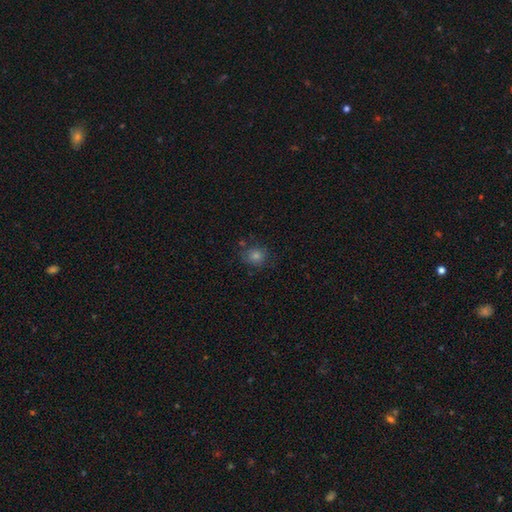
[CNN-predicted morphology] Smooth or featured? smooth (64%)
How rounded? round (81%)
Merging? none (80%)